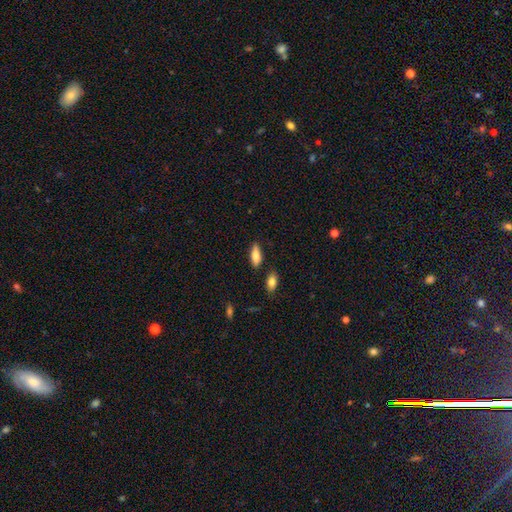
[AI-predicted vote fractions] Q: Smooth or featured?
A: smooth (79%); runner-up: featured or disk (14%)
Q: How rounded?
A: in between (73%); runner-up: cigar-shaped (25%)
Q: Merging?
A: none (83%); runner-up: minor disturbance (11%)